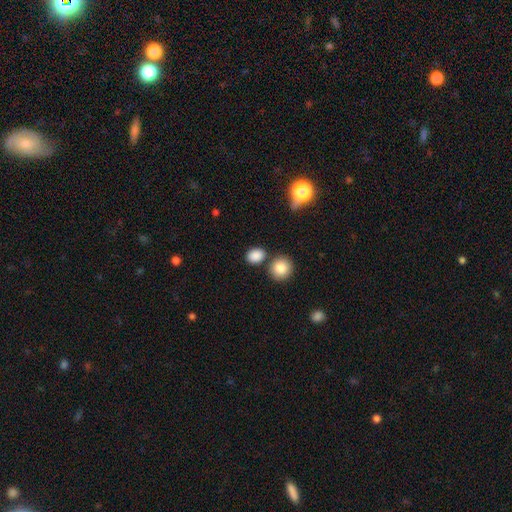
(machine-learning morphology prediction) Smooth or featured? Predicted: smooth (p=0.86). How rounded? Predicted: in between (p=0.53). Merging? Predicted: none (p=0.74).